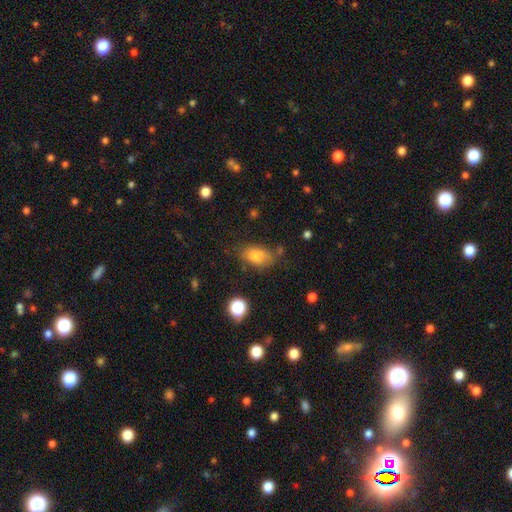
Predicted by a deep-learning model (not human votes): Smooth or featured? smooth (77%)
How rounded? in between (86%)
Merging? none (64%)